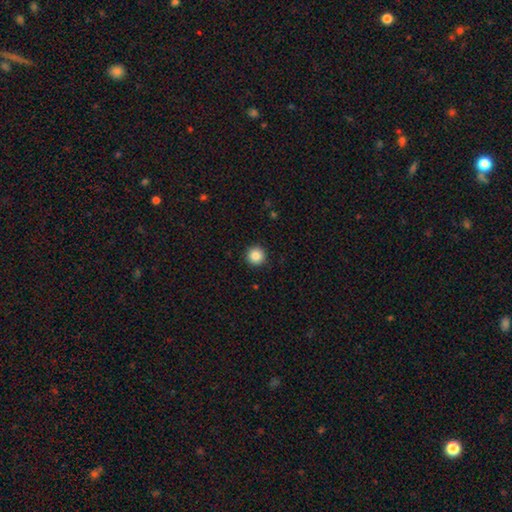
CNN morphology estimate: A smooth galaxy with no disk features (87%) that is round (96%). Merging: none (92%).